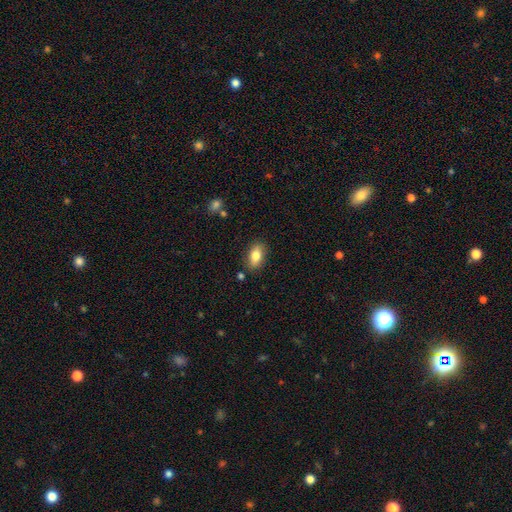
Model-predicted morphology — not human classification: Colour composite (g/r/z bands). It shows a smooth galaxy with no disk features (80%) that is in between round and cigar-shaped (88%). Merging: none (84%).